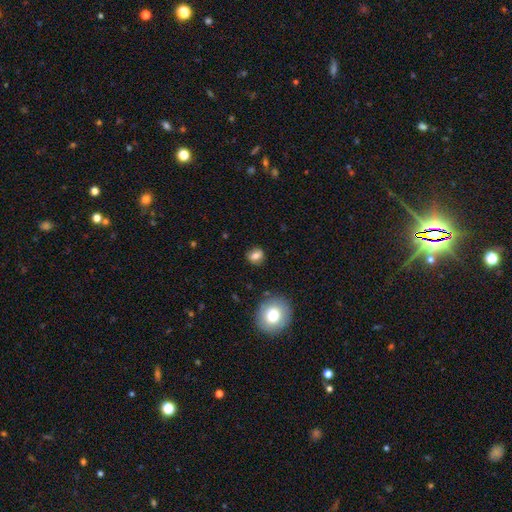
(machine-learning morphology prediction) Smooth or featured: smooth — 75% (featured or disk — 13%)
How rounded: round — 63% (in between — 35%)
Merging: none — 81% (minor disturbance — 12%)